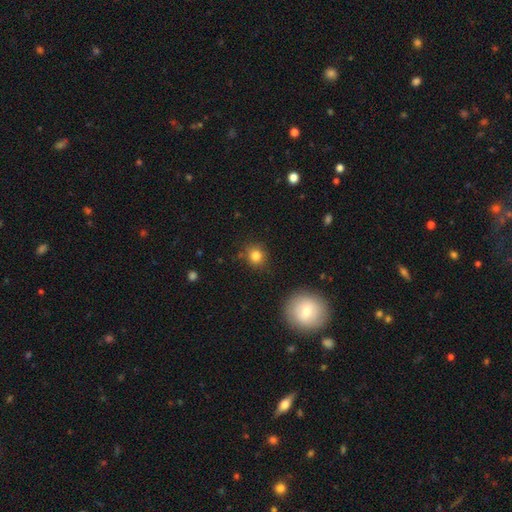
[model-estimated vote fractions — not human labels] Smooth or featured: smooth — 81% (star or artifact — 13%)
How rounded: round — 85% (in between — 14%)
Merging: none — 83% (minor disturbance — 12%)